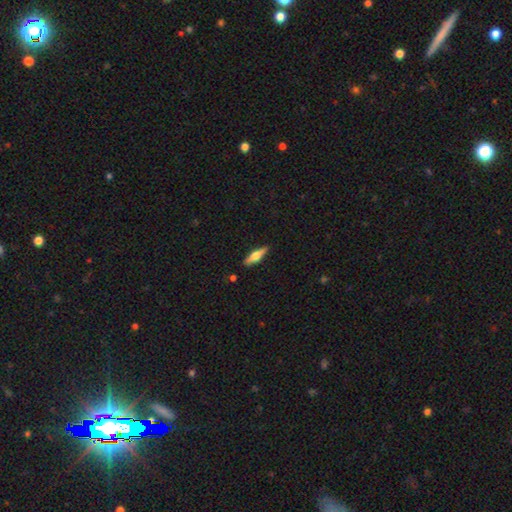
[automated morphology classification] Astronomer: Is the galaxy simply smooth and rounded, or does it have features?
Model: featured or disk — 50% (runner-up: smooth, 44%).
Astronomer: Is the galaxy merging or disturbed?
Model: none — 88%.